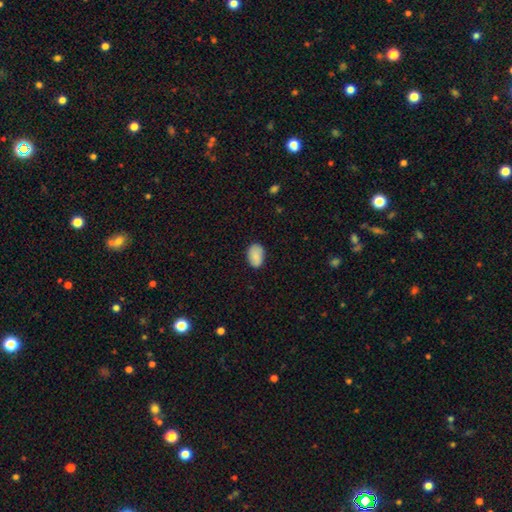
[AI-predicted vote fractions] smooth-or-featured: smooth: 86% | star or artifact: 7% | featured or disk: 7%
  how-rounded: in between: 87% | round: 12% | cigar-shaped: 1%
  merging: none: 82% | minor disturbance: 14% | major disturbance: 3% | merger: 1%